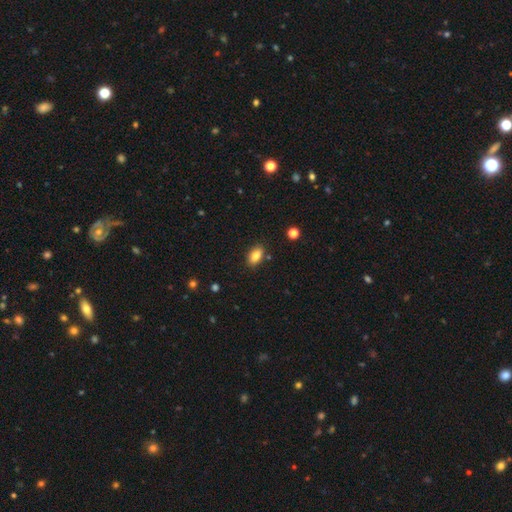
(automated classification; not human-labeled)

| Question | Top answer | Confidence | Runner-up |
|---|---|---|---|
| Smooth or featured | smooth | 83% | star or artifact (9%) |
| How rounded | in between | 89% | round (7%) |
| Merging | none | 84% | minor disturbance (10%) |